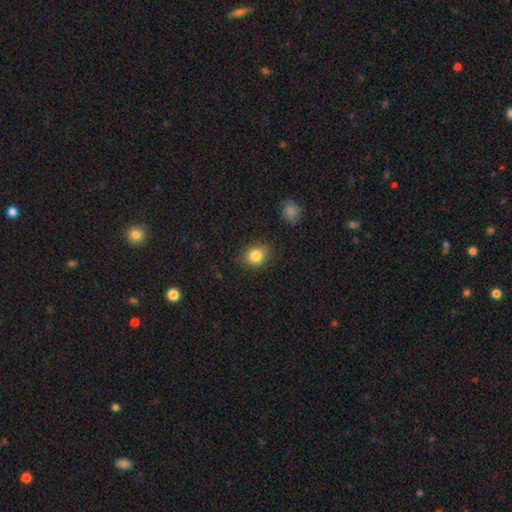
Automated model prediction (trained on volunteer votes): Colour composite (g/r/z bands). It shows a smooth galaxy with no disk features (84%) that is round (74%). Merging: none (82%).